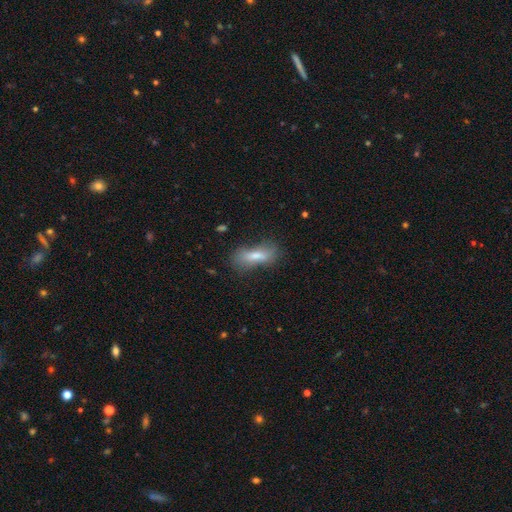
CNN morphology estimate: Smooth or featured? smooth (65%)
How rounded? in between (51%)
Merging? none (66%)